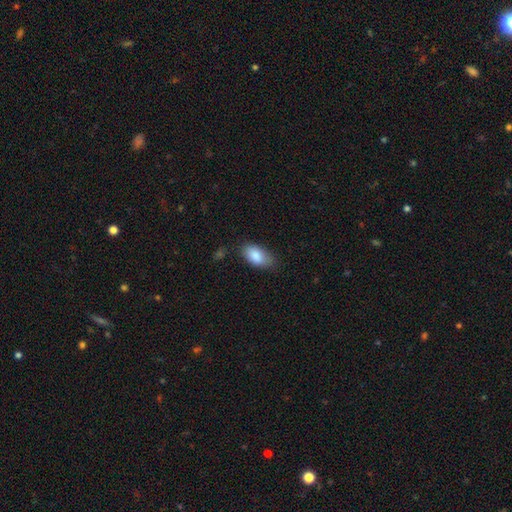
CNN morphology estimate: smooth 86%, featured or disk 7%, star or artifact 7%. Down the decision tree: how rounded — in between (93%); merging — none (70%).